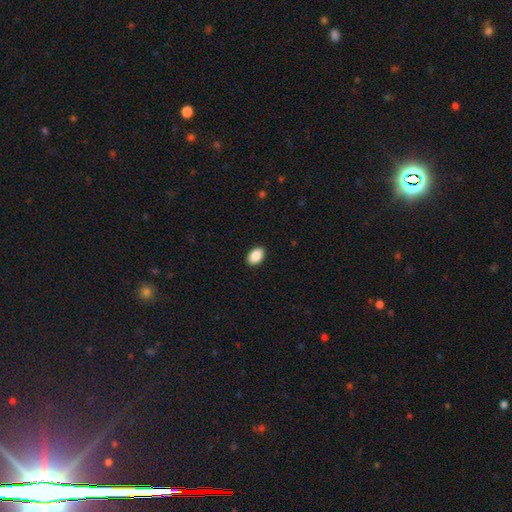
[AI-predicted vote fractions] A smooth galaxy with no disk features (90%) that is in between round and cigar-shaped (91%). Merging: none (90%).